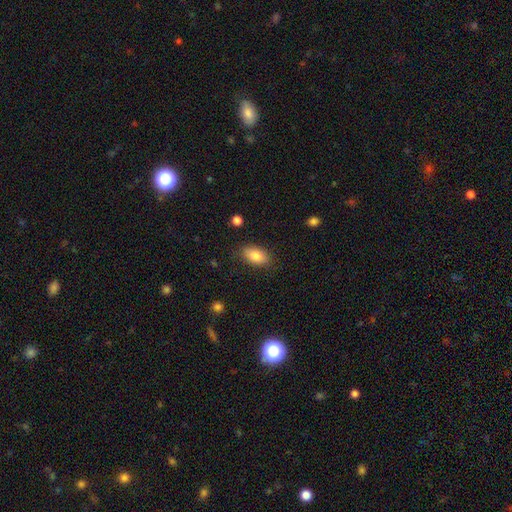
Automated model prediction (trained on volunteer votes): A smooth galaxy with no disk features (83%) that is in between round and cigar-shaped (90%).

Vote fractions:
- Smooth or featured? smooth: 83% / featured or disk: 10% / star or artifact: 8%
- How rounded? in between: 90% / round: 6% / cigar-shaped: 4%
- Merging? none: 84% / minor disturbance: 11% / major disturbance: 3% / merger: 1%